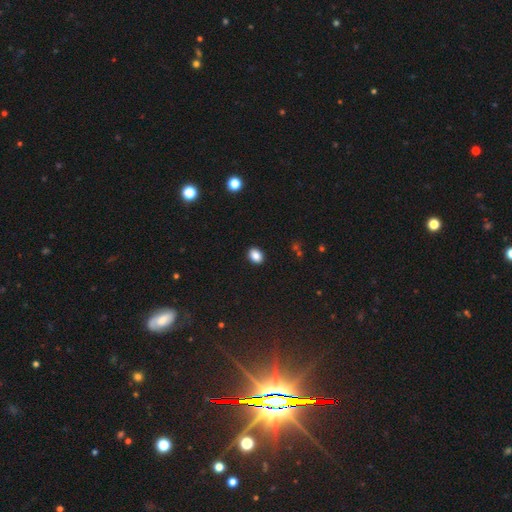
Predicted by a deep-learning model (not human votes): The model was most divided on "how rounded": in between: 71%, round: 28%, cigar-shaped: 1%. More confident: merging — none (91%); smooth or featured — smooth (87%).